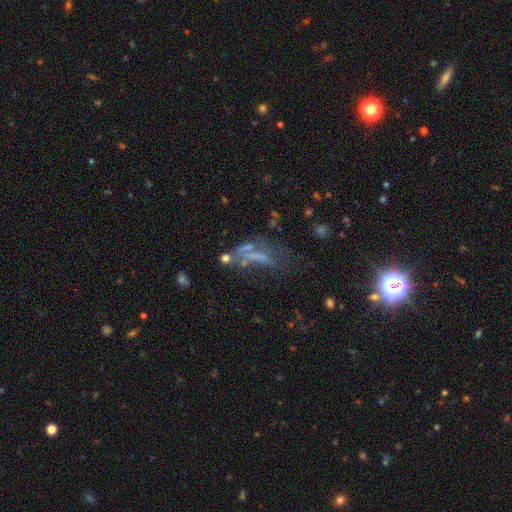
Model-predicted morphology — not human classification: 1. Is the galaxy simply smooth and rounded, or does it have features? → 42% featured or disk, 32% smooth, 26% star or artifact.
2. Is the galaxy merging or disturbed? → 35% major disturbance, 29% none, 20% merger, 16% minor disturbance.